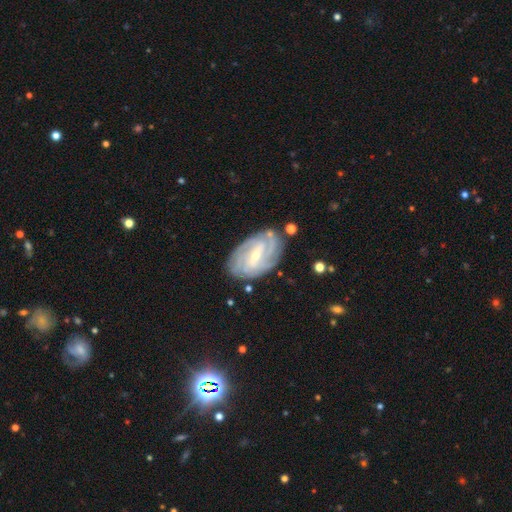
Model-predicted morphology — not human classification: featured or disk 88%, smooth 7%, star or artifact 5%. Down the decision tree: edge-on disk — no (96%); bar — weak (47%); spiral arms — yes (96%); spiral arm count — can't tell (27%); spiral winding — tight (66%); bulge size — small (67%); merging — none (78%).